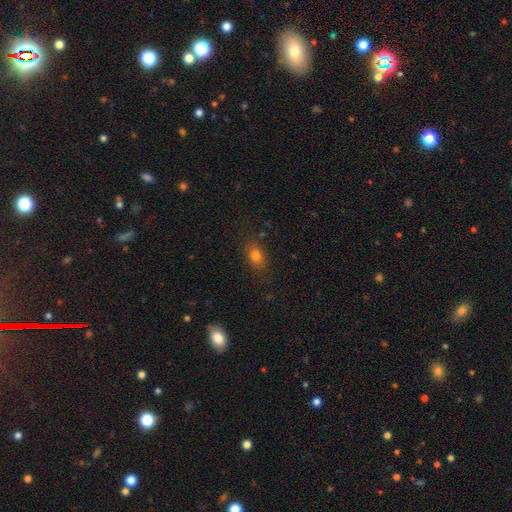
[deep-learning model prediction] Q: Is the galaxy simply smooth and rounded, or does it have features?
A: smooth — 78%.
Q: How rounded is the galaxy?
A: in between — 70%.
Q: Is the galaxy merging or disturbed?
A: none — 80%.